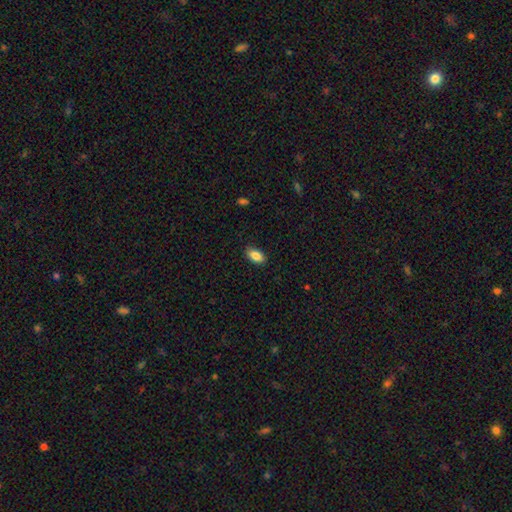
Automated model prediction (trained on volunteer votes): Q: Smooth or featured?
A: smooth (87%); runner-up: star or artifact (8%)
Q: How rounded?
A: in between (92%); runner-up: round (5%)
Q: Merging?
A: none (87%); runner-up: minor disturbance (10%)